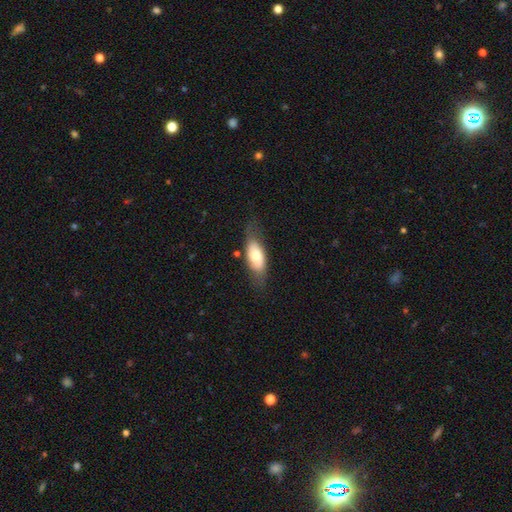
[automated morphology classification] Smooth or featured? smooth (62%)
How rounded? in between (83%)
Merging? none (64%)